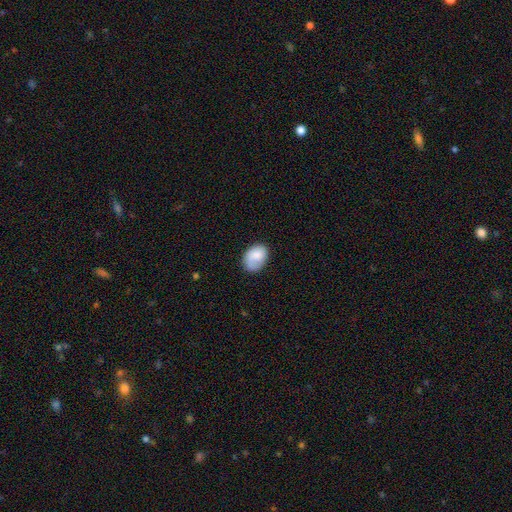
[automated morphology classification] smooth_or_featured: smooth (p=0.79) [alt: featured or disk p=0.15]
how_rounded: in between (p=0.76) [alt: round p=0.23]
merging: none (p=0.65) [alt: minor disturbance p=0.25]